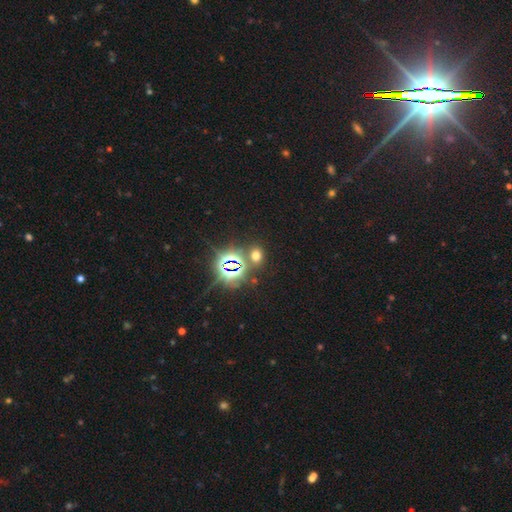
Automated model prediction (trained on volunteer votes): Smooth or featured?
  - smooth: 47% *
  - star or artifact: 46%
  - featured or disk: 7%
Merging?
  - none: 80% *
  - minor disturbance: 8%
  - merger: 8%
  - major disturbance: 4%